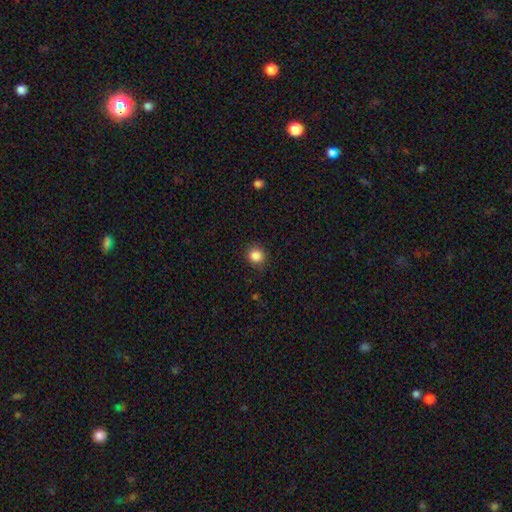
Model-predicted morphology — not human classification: smooth 86%, star or artifact 11%, featured or disk 3%. Down the decision tree: how rounded — round (88%); merging — none (86%).